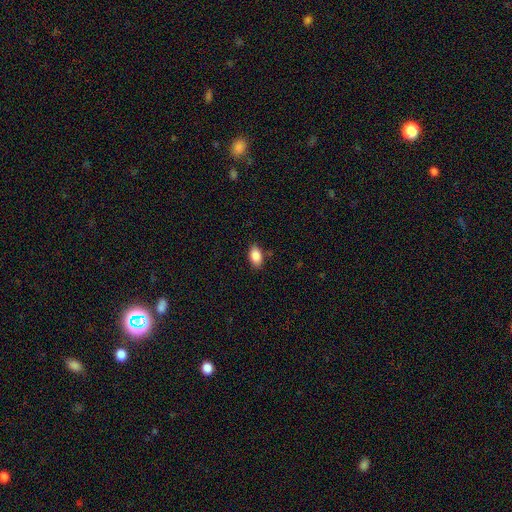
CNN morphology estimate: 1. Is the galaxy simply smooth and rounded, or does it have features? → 87% smooth, 8% star or artifact, 5% featured or disk.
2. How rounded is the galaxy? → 90% in between, 8% round, 2% cigar-shaped.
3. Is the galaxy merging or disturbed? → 83% none, 12% minor disturbance, 3% major disturbance, 2% merger.